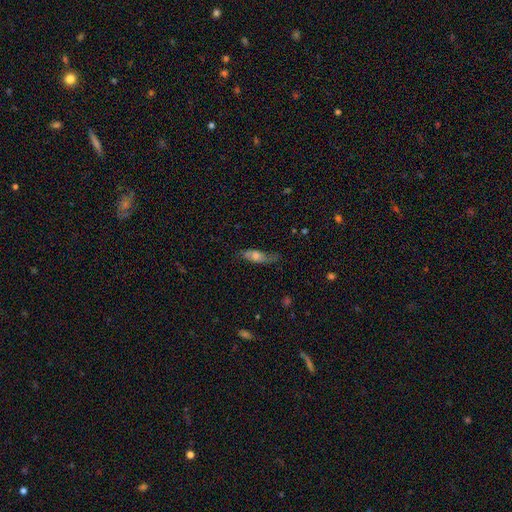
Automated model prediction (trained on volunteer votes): Smooth or featured: smooth — 49% (featured or disk — 43%)
Merging: none — 59% (minor disturbance — 27%)